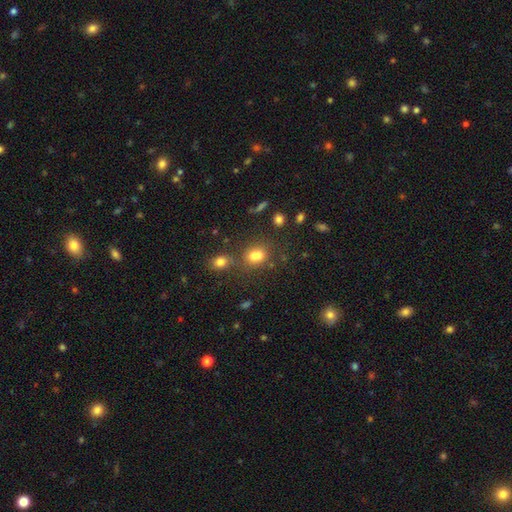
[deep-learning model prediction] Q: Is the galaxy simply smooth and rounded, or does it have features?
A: smooth — 74%.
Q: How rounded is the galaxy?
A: in between — 54%.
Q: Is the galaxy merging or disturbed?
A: none — 46%.